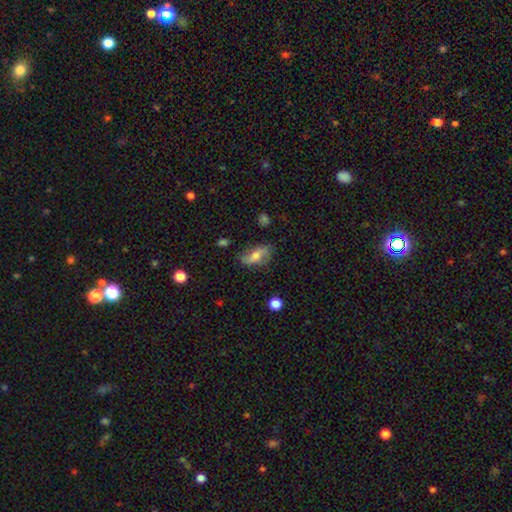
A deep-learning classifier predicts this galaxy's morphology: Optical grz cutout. It shows a smooth galaxy with no disk features (46%, tied with featured or disk). Merging: none (69%).